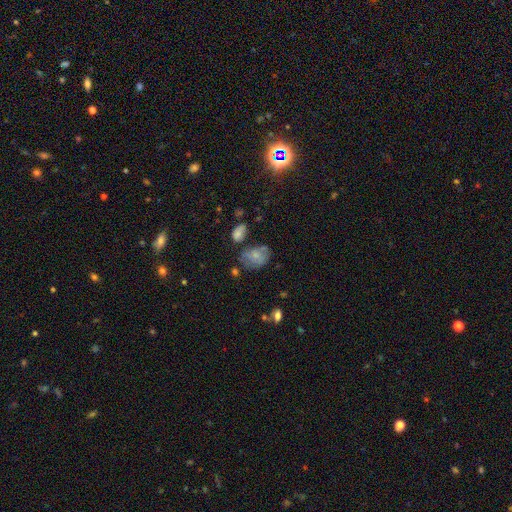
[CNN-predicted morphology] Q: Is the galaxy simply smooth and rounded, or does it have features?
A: smooth — 64%.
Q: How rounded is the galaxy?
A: in between — 73%.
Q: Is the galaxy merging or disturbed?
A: none — 42%.